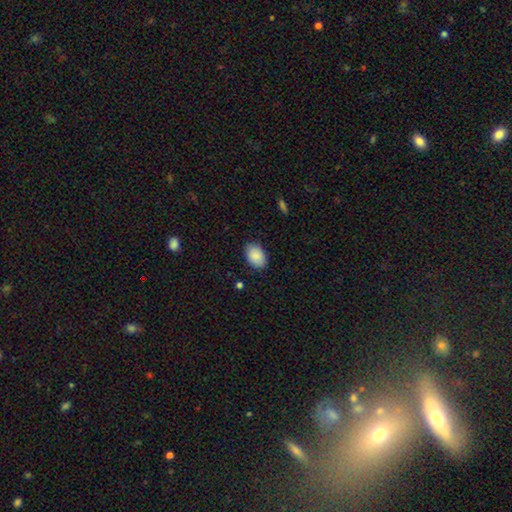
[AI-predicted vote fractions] smooth_or_featured: smooth (p=0.89) [alt: star or artifact p=0.07]
how_rounded: in between (p=0.88) [alt: round p=0.11]
merging: none (p=0.86) [alt: minor disturbance p=0.11]